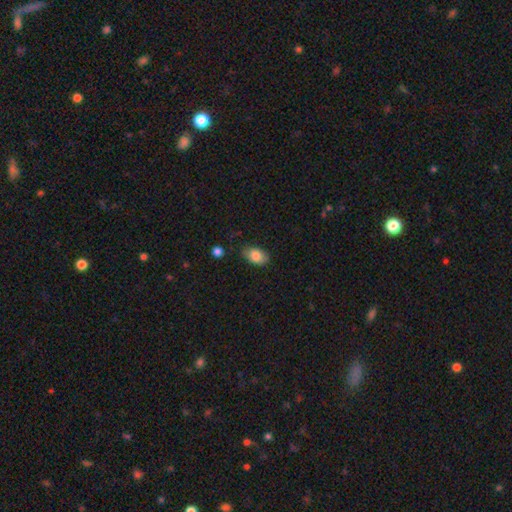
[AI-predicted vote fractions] Smooth or featured? Predicted: smooth (p=0.83). How rounded? Predicted: in between (p=0.91). Merging? Predicted: none (p=0.74).